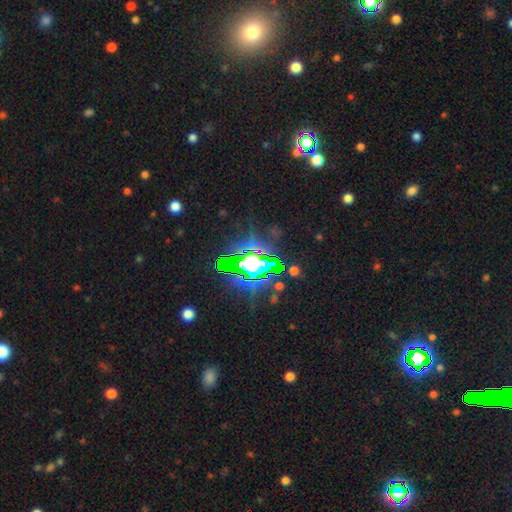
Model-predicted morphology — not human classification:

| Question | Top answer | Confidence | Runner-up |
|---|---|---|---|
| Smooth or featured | star or artifact | 76% | featured or disk (13%) |